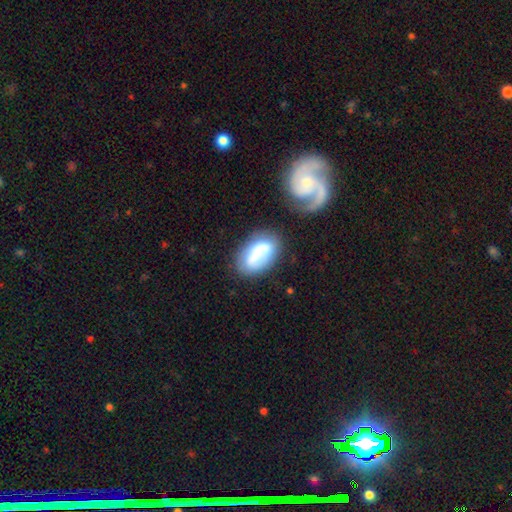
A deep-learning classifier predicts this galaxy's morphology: This appears to be a smooth galaxy with no disk features (65%) that is in between round and cigar-shaped (91%). Merging: none (60%).